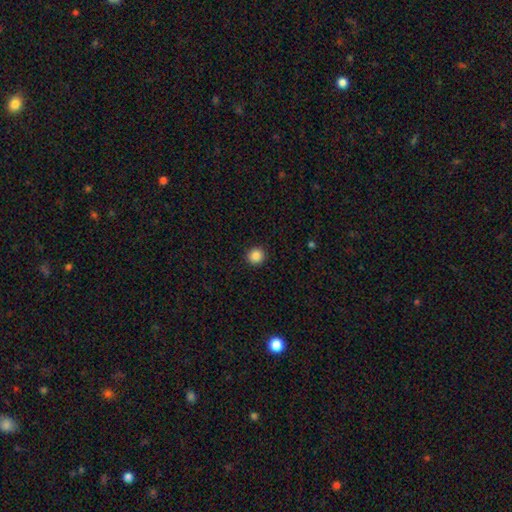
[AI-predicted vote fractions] smooth_or_featured: smooth (p=0.87) [alt: star or artifact p=0.10]
how_rounded: round (p=0.93) [alt: in between p=0.06]
merging: none (p=0.93) [alt: minor disturbance p=0.05]